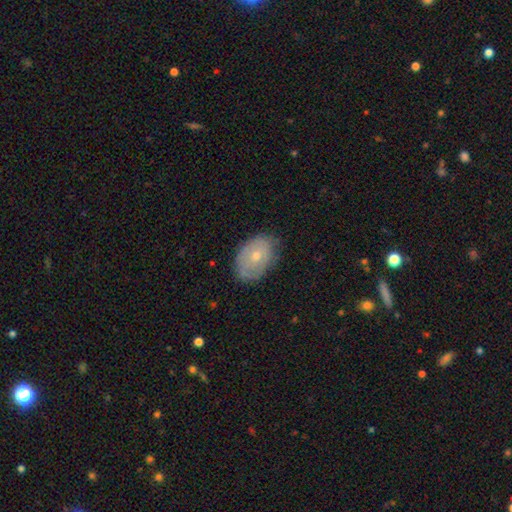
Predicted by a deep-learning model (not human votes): smooth-or-featured: smooth: 54% | featured or disk: 39% | star or artifact: 7%
  how-rounded: in between: 82% | round: 17% | cigar-shaped: 1%
  merging: none: 71% | minor disturbance: 23% | major disturbance: 5% | merger: 1%